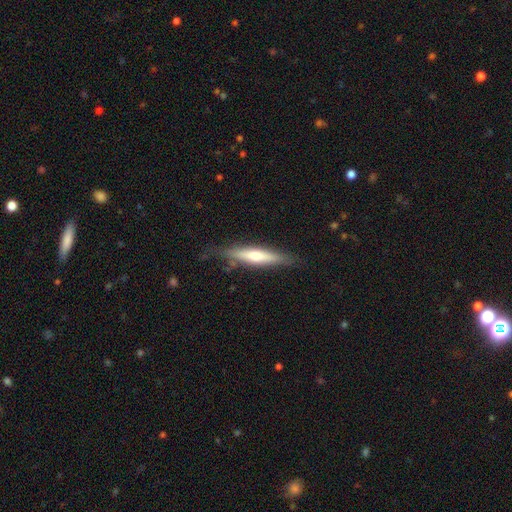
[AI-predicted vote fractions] Smooth or featured: featured or disk — 50% (smooth — 44%)
Merging: none — 77% (minor disturbance — 17%)